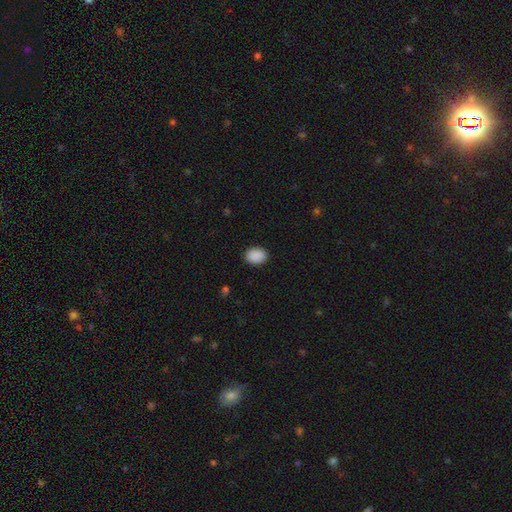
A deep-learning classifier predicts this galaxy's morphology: smooth-or-featured: smooth: 90% | star or artifact: 8% | featured or disk: 2%
  how-rounded: in between: 66% | round: 33% | cigar-shaped: 1%
  merging: none: 89% | minor disturbance: 8% | major disturbance: 2% | merger: 1%